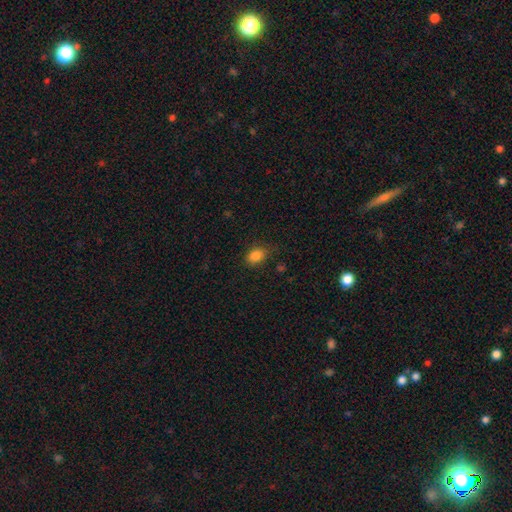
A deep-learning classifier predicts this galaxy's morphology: Smooth or featured? smooth (84%)
How rounded? in between (69%)
Merging? none (78%)